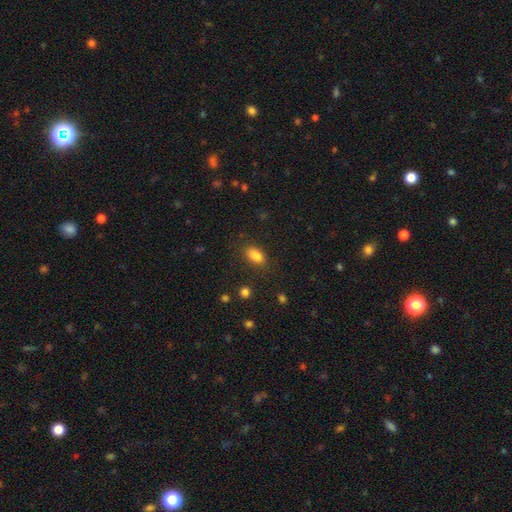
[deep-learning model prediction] This is clearly a smooth galaxy (84%). How rounded: clearly in between (86%). Merging: likely none (77%).